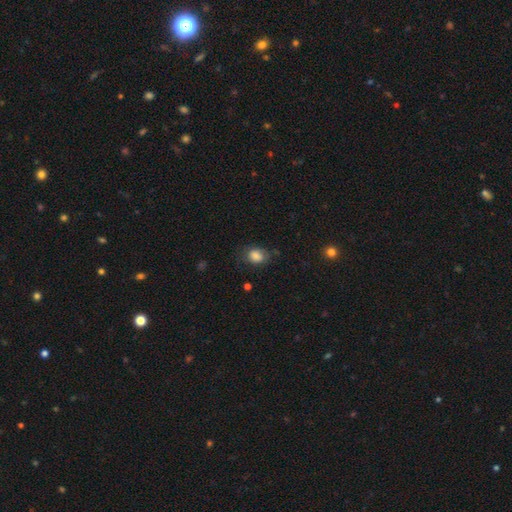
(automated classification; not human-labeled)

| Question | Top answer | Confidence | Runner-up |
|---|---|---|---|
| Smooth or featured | smooth | 82% | star or artifact (9%) |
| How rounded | in between | 58% | round (41%) |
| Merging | none | 64% | minor disturbance (25%) |